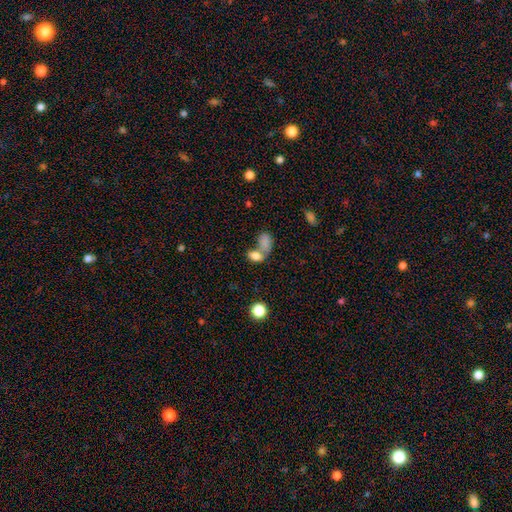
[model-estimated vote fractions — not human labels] smooth-or-featured: smooth: 79% | featured or disk: 11% | star or artifact: 10%
  how-rounded: in between: 85% | round: 12% | cigar-shaped: 3%
  merging: merger: 57% | none: 28% | minor disturbance: 9% | major disturbance: 6%